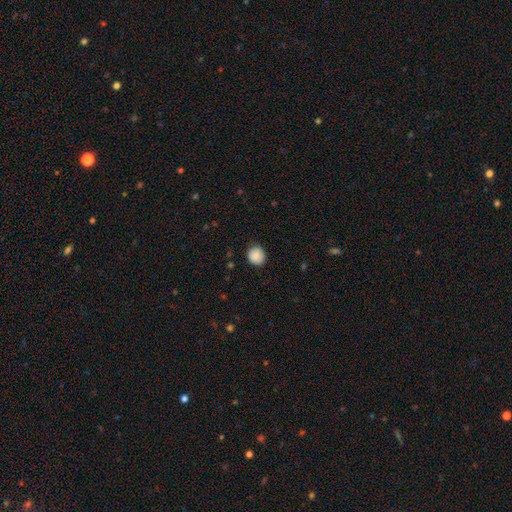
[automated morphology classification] Overall: smooth (87%). How rounded: round (83%). Merging: none (82%).